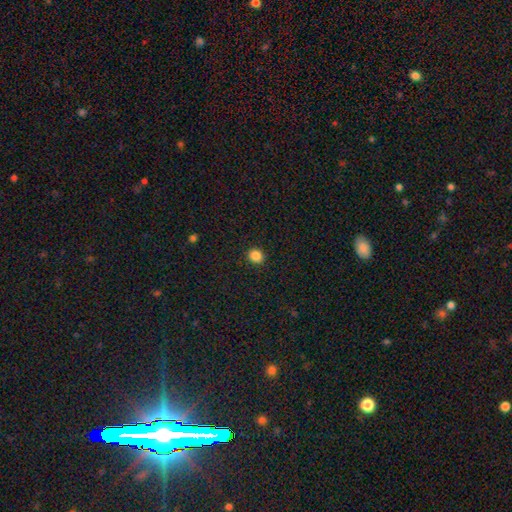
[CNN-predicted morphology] The model was most divided on "how rounded": round: 81%, in between: 18%, cigar-shaped: 1%. More confident: merging — none (92%); smooth or featured — smooth (86%).